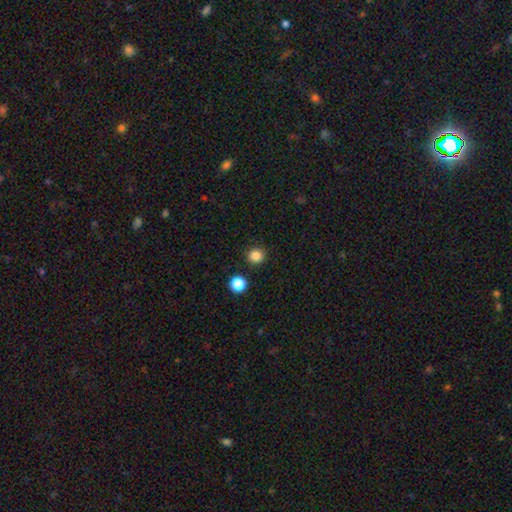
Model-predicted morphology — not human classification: Smooth or featured?
  - smooth: 85% *
  - star or artifact: 12%
  - featured or disk: 3%
How rounded?
  - round: 93% *
  - in between: 6%
  - cigar-shaped: 1%
Merging?
  - none: 91% *
  - minor disturbance: 5%
  - merger: 2%
  - major disturbance: 2%